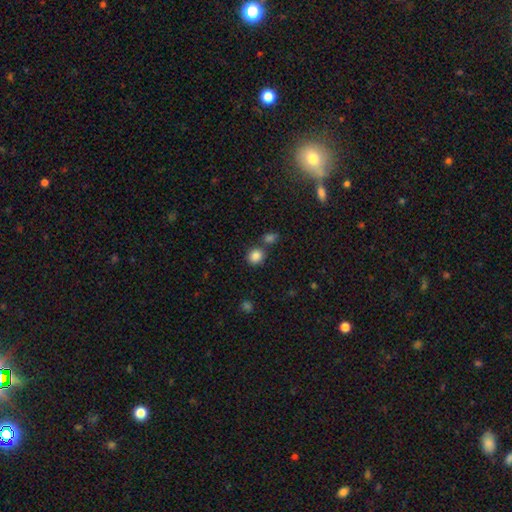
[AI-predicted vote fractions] Smooth or featured?
  - smooth: 86% *
  - star or artifact: 10%
  - featured or disk: 4%
How rounded?
  - round: 81% *
  - in between: 18%
  - cigar-shaped: 1%
Merging?
  - none: 69% *
  - merger: 19%
  - minor disturbance: 9%
  - major disturbance: 3%